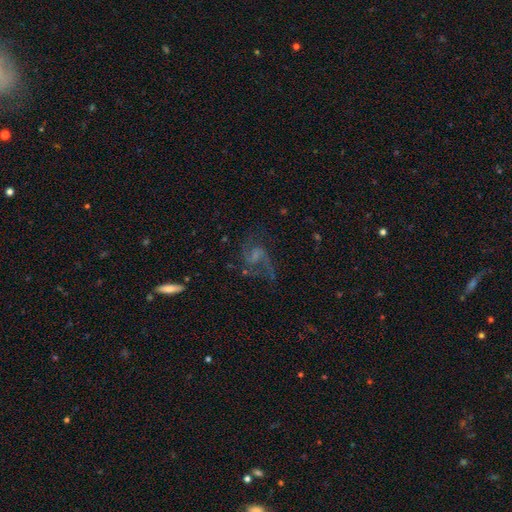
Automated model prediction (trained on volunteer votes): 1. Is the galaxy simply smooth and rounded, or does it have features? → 78% featured or disk, 11% star or artifact, 11% smooth.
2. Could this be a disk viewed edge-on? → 97% no, 3% yes.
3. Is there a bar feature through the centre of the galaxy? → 47% weak, 40% no, 13% strong.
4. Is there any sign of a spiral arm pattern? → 92% yes, 8% no.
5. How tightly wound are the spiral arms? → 52% loose, 40% medium, 8% tight.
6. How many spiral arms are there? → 82% 2, 6% can't tell, 6% 1, 4% 3, 2% 4, 2% more than 4.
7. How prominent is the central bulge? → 39% small, 38% none, 19% moderate, 4% large, 1% dominant.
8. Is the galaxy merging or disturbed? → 56% none, 23% major disturbance, 17% minor disturbance, 4% merger.